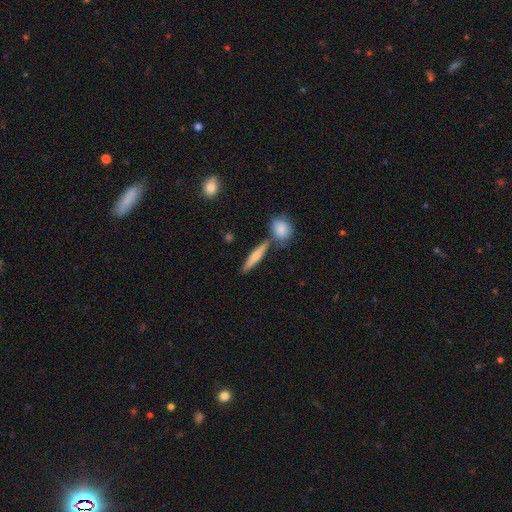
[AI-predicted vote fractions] This appears to be a smooth galaxy with no disk features (58%) that is cigar-shaped (79%). Merging: none (72%).